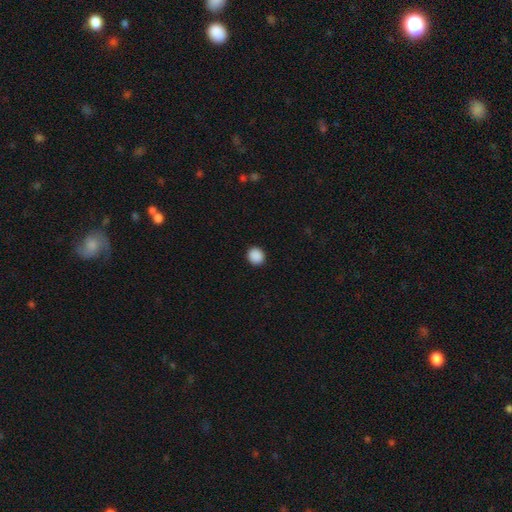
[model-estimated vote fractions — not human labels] Morphology: type=smooth (89%); roundness=round (86%); merging=none (92%).